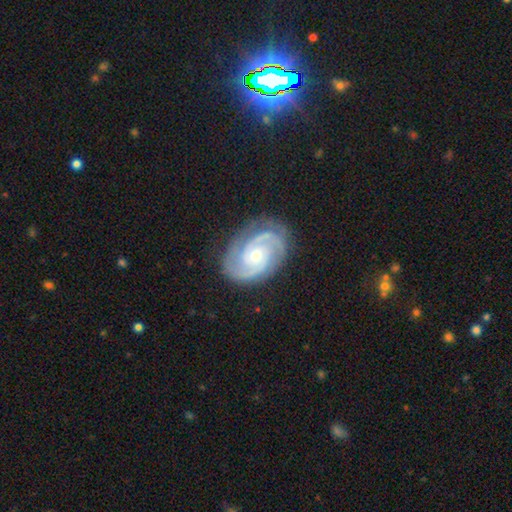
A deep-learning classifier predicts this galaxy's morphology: A featured or disk galaxy (92%) with no bar (65%), 2 (71%) tight (60%) spiral arms (98%) and a small central bulge (50%). Merging: none (81%).